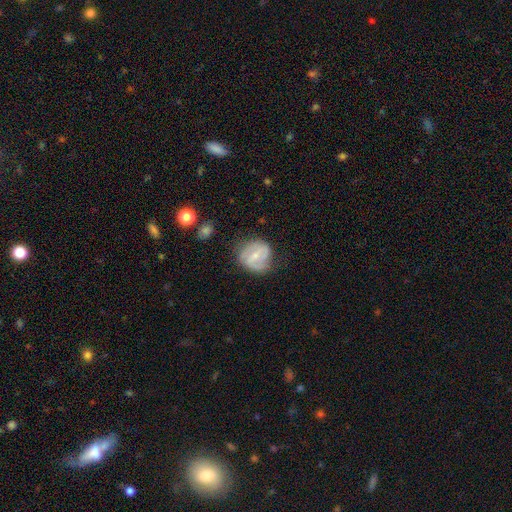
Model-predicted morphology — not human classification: smooth_or_featured: featured or disk (p=0.65) [alt: smooth p=0.29]
disk_edge_on: no (p=0.97) [alt: yes p=0.03]
bar: weak (p=0.53) [alt: no p=0.27]
has_spiral_arms: yes (p=0.86) [alt: no p=0.14]
spiral_winding: medium (p=0.44) [alt: tight p=0.36]
spiral_arm_count: 2 (p=0.65) [alt: can't tell p=0.18]
bulge_size: small (p=0.55) [alt: moderate p=0.38]
merging: none (p=0.63) [alt: minor disturbance p=0.25]